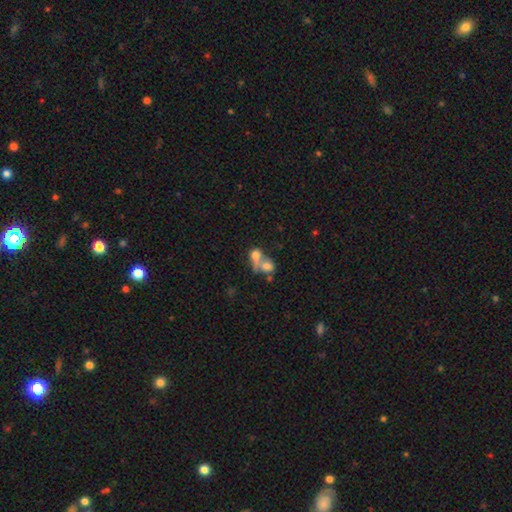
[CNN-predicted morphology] Smooth or featured: smooth — 69% (featured or disk — 20%)
How rounded: round — 52% (in between — 45%)
Merging: merger — 69% (none — 19%)